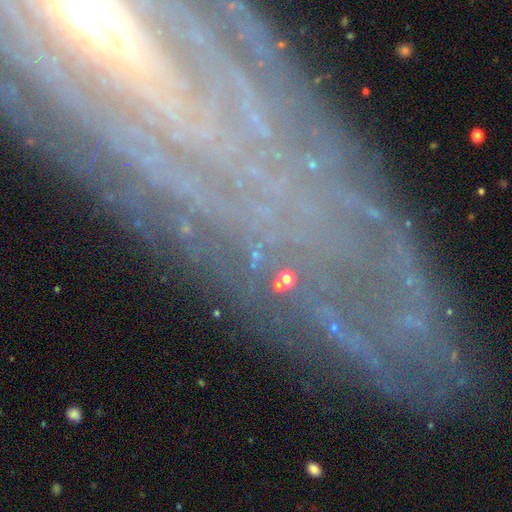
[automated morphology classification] A featured or disk galaxy (50%).

Vote fractions:
- Smooth or featured? featured or disk: 50% / star or artifact: 36% / smooth: 15%
- Merging? none: 72% / minor disturbance: 14% / major disturbance: 9% / merger: 4%